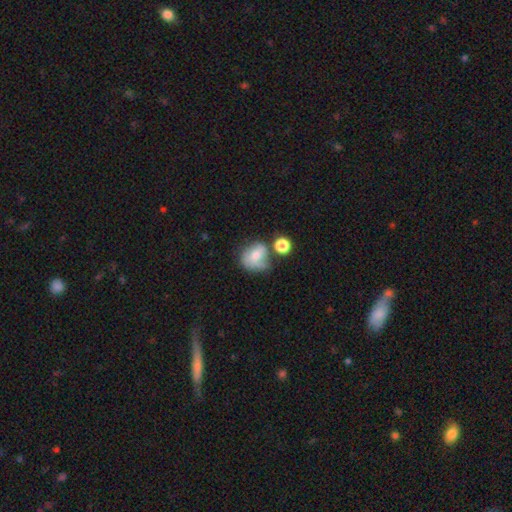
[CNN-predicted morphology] The model was most divided on "merging": none: 34%, minor disturbance: 28%, merger: 21%, major disturbance: 17%. More confident: smooth or featured — smooth (66%); how rounded — round (59%).